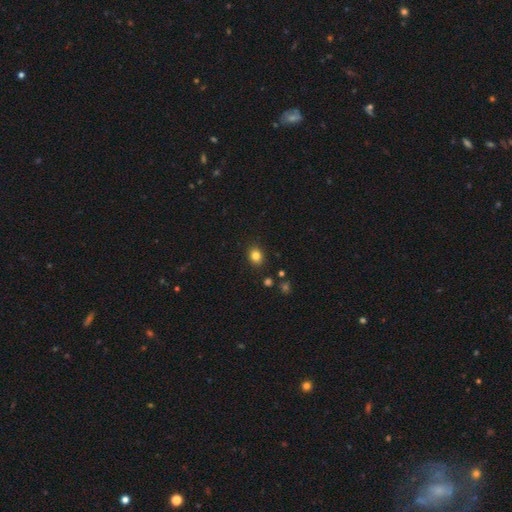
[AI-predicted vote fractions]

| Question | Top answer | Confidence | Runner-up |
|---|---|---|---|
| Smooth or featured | smooth | 82% | star or artifact (12%) |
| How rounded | round | 58% | in between (41%) |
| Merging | none | 89% | minor disturbance (8%) |